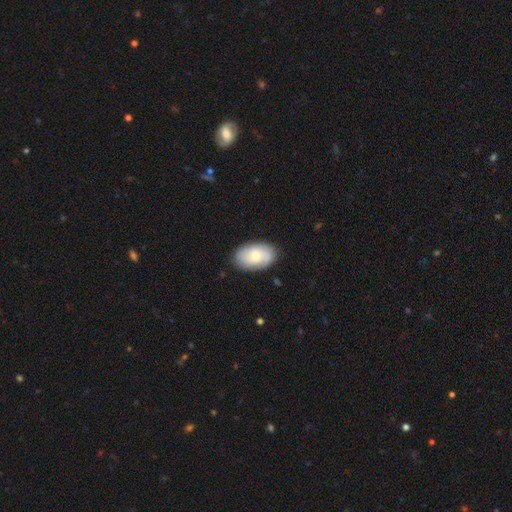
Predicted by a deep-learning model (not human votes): smooth-or-featured: smooth: 67% | featured or disk: 27% | star or artifact: 6%
  how-rounded: in between: 92% | round: 6% | cigar-shaped: 1%
  merging: none: 86% | minor disturbance: 11% | major disturbance: 3% | merger: 1%